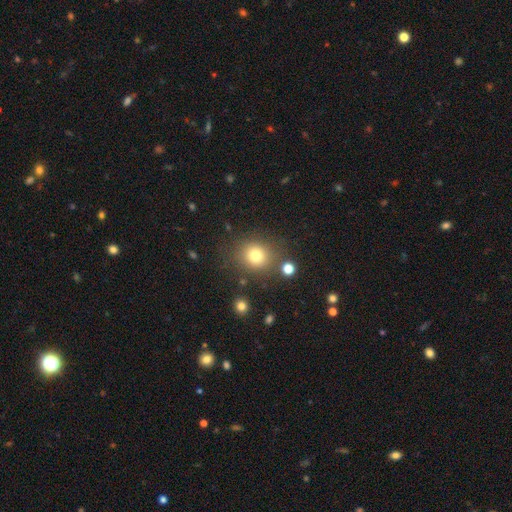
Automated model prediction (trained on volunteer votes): Smooth or featured? Predicted: smooth (p=0.78). How rounded? Predicted: round (p=0.79). Merging? Predicted: none (p=0.79).